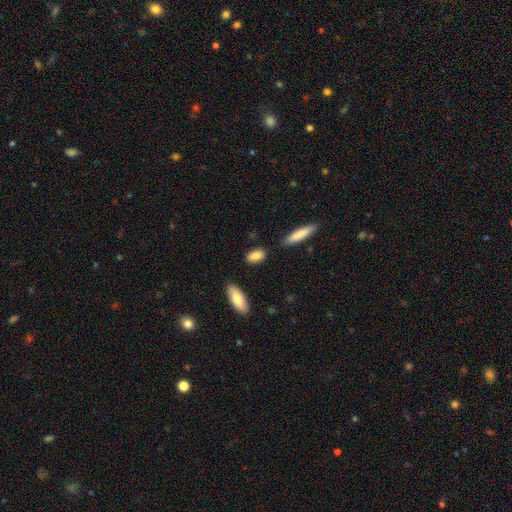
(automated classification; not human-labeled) A smooth galaxy with no disk features (85%) that is in between round and cigar-shaped (79%). Merging: none (81%).